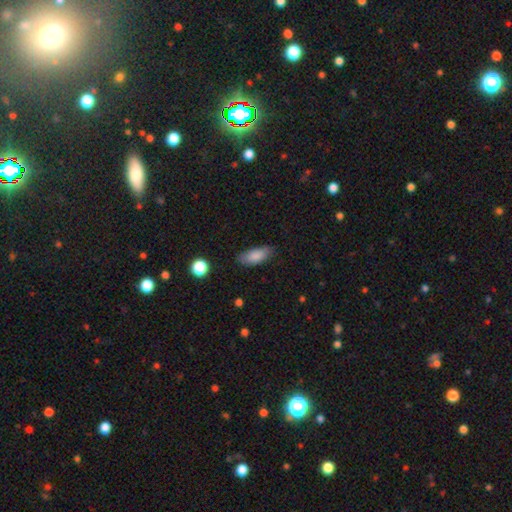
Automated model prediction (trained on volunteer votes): A smooth galaxy with no disk features (86%) that is in between round and cigar-shaped (84%).

Vote fractions:
- Smooth or featured? smooth: 86% / star or artifact: 7% / featured or disk: 7%
- How rounded? in between: 84% / cigar-shaped: 14% / round: 2%
- Merging? none: 78% / minor disturbance: 18% / major disturbance: 3% / merger: 1%